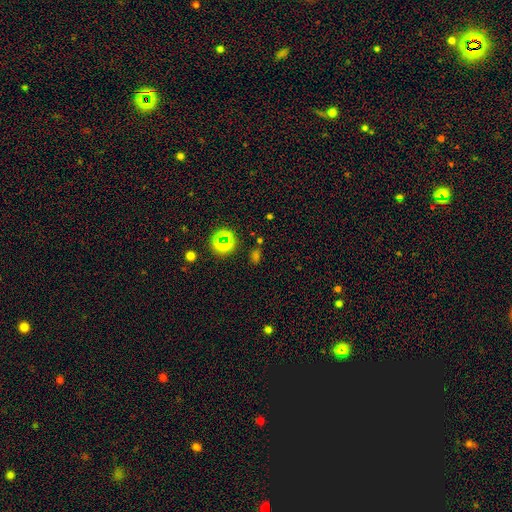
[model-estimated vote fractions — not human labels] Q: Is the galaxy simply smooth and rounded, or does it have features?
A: star or artifact — 48%.